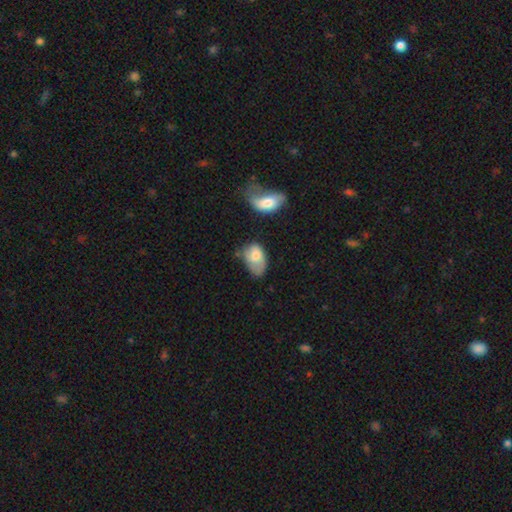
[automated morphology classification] smooth 65%, featured or disk 28%, star or artifact 7%. Down the decision tree: how rounded — in between (87%); merging — minor disturbance (37%).